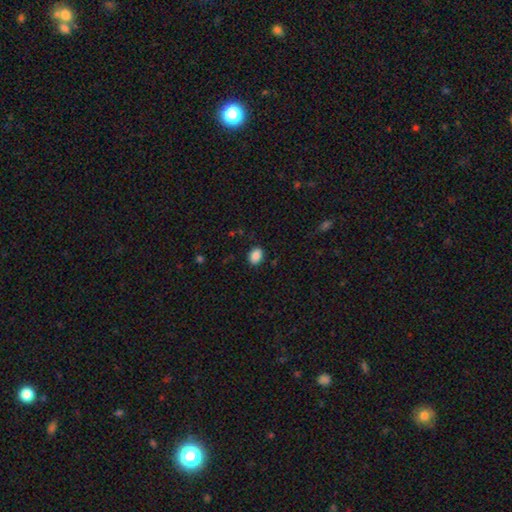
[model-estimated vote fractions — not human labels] A smooth galaxy with no disk features (87%) that is in between round and cigar-shaped (72%). Merging: none (87%).